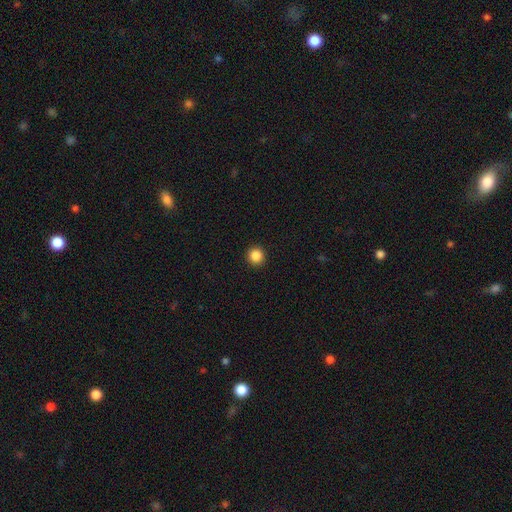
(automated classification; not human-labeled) This is clearly a smooth galaxy (87%). How rounded: clearly round (95%). Merging: clearly none (94%).